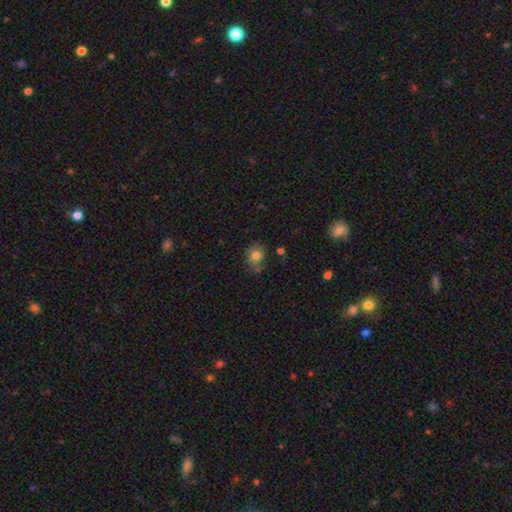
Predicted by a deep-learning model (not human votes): This is likely a smooth galaxy (79%). How rounded: likely round (72%). Merging: likely none (67%).